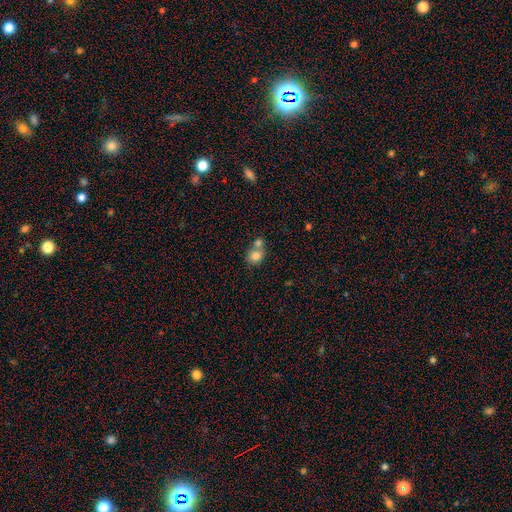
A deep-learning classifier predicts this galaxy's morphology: type=smooth (80%); roundness=round (68%); merging=merger (50%).